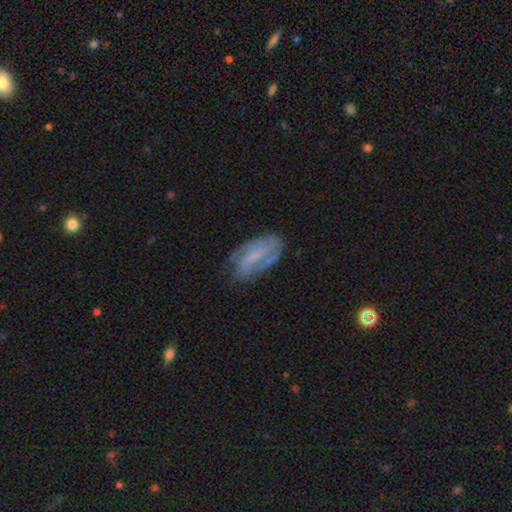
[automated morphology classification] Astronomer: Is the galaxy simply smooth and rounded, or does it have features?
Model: featured or disk — 72%.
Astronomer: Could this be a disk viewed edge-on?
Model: no — 94%.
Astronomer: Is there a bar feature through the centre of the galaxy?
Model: weak — 47% (runner-up: strong, 27%).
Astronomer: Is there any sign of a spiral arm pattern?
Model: yes — 87%.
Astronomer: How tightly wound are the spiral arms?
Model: medium — 42% (runner-up: tight, 37%).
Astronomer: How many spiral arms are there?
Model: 2 — 60%.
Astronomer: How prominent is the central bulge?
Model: small — 44% (runner-up: none, 36%).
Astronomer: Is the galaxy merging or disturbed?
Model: none — 66%.